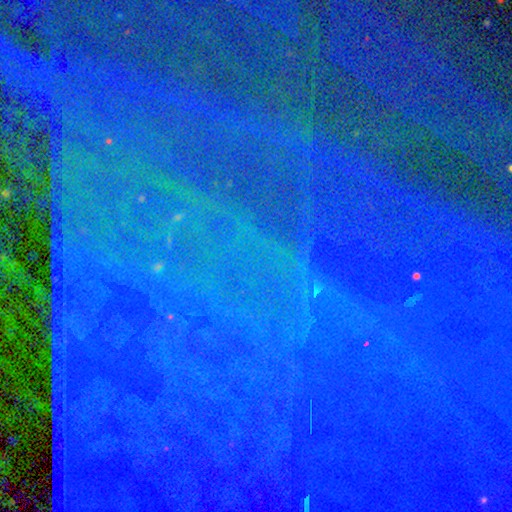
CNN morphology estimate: A star or artifact, not a galaxy (85%).